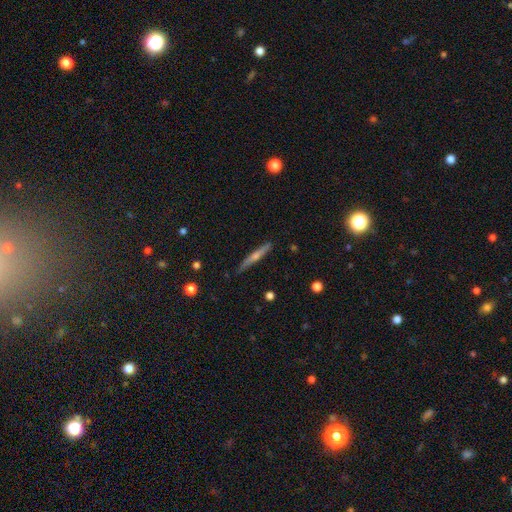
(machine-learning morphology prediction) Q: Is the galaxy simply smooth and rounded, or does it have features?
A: featured or disk — 61%.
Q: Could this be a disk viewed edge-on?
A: yes — 97%.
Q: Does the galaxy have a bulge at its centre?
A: rounded — 71%.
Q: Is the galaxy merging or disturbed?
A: none — 88%.